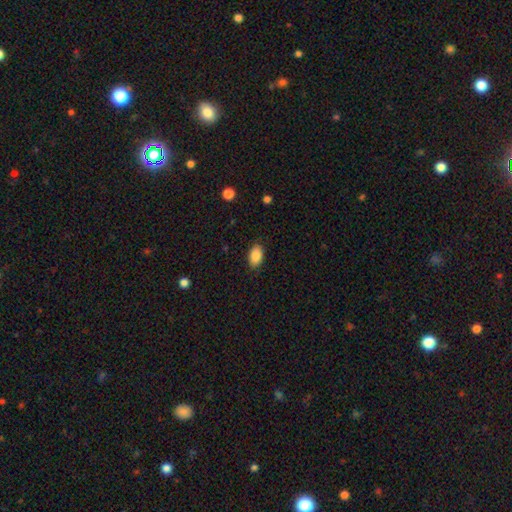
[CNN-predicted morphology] type=smooth (88%); roundness=in between (92%); merging=none (87%).